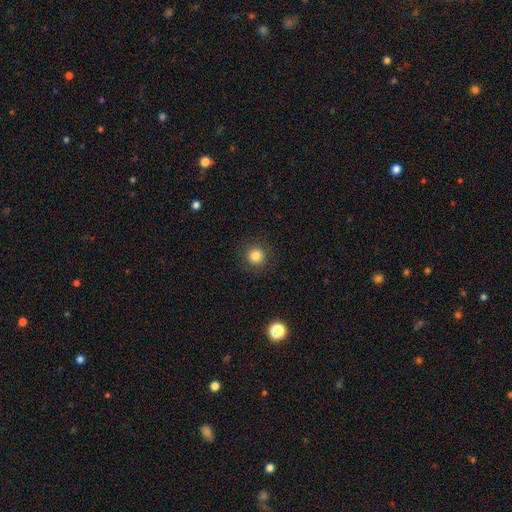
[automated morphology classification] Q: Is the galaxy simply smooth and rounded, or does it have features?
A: smooth — 82%.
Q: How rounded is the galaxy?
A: round — 94%.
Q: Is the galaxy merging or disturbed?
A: none — 90%.